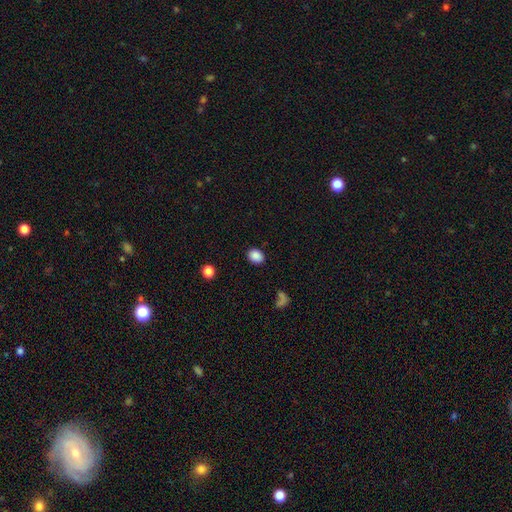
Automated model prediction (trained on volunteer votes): Smooth or featured? Predicted: smooth (p=0.87). How rounded? Predicted: in between (p=0.52). Merging? Predicted: none (p=0.87).